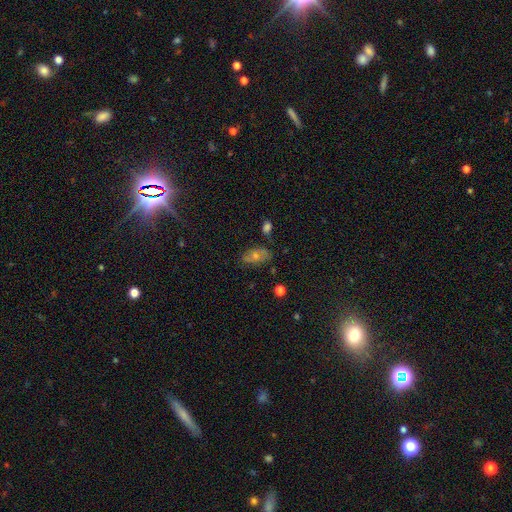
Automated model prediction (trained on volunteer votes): smooth-or-featured: smooth: 38% | featured or disk: 34% | star or artifact: 28%
  merging: none: 72% | minor disturbance: 18% | major disturbance: 6% | merger: 4%